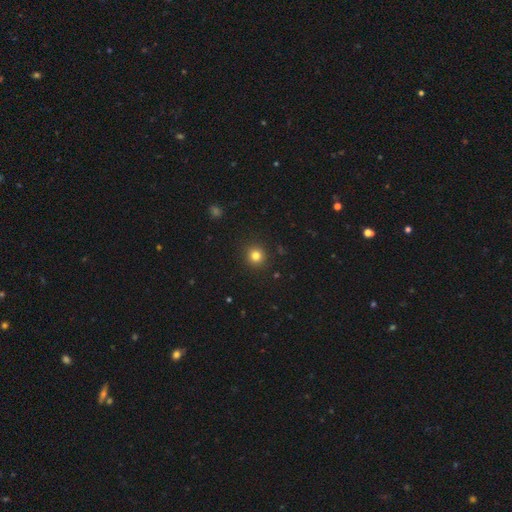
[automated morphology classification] Q: Smooth or featured?
A: smooth (81%); runner-up: star or artifact (13%)
Q: How rounded?
A: round (93%); runner-up: in between (6%)
Q: Merging?
A: none (92%); runner-up: minor disturbance (5%)